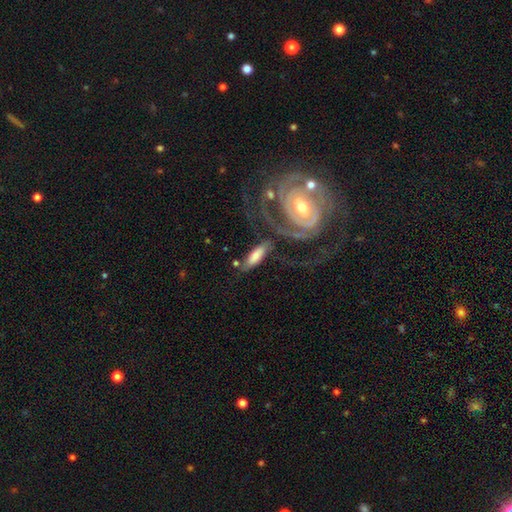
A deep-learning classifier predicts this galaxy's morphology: This is possibly a smooth galaxy (58%). How rounded: possibly in between (58%). Merging: possibly none (54%).